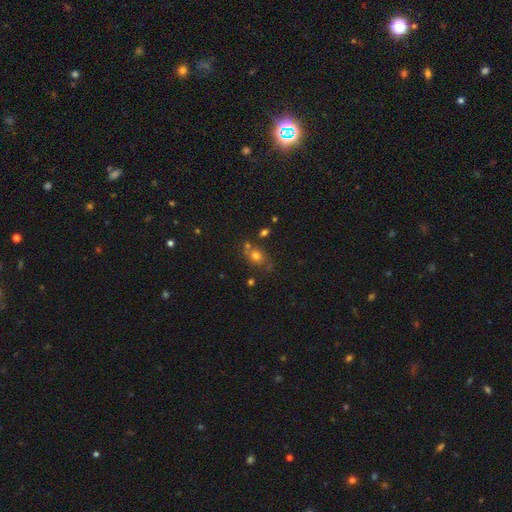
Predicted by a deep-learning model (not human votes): smooth_or_featured: smooth (p=0.70) [alt: star or artifact p=0.16]
how_rounded: in between (p=0.51) [alt: round p=0.46]
merging: none (p=0.61) [alt: merger p=0.17]